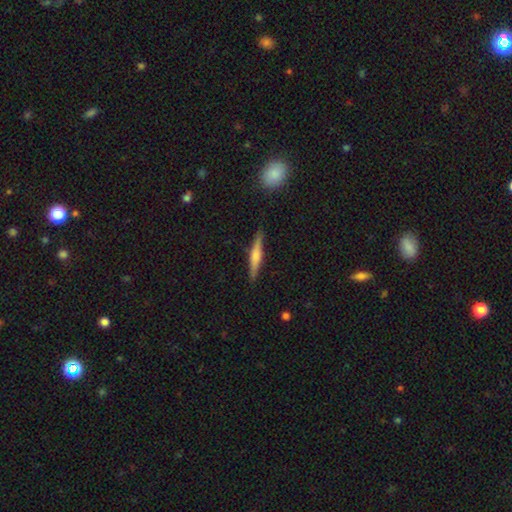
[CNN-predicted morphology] The model was most divided on "smooth or featured": featured or disk: 53%, smooth: 41%, star or artifact: 7%. More confident: edge-on disk — yes (97%); merging — none (89%); edge-on bulge — rounded (70%).